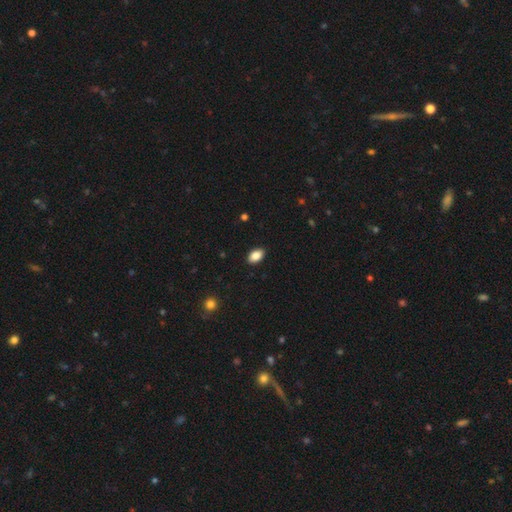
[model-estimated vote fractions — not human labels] This appears to be a smooth galaxy with no disk features (87%) that is in between round and cigar-shaped (91%). Merging: none (89%).